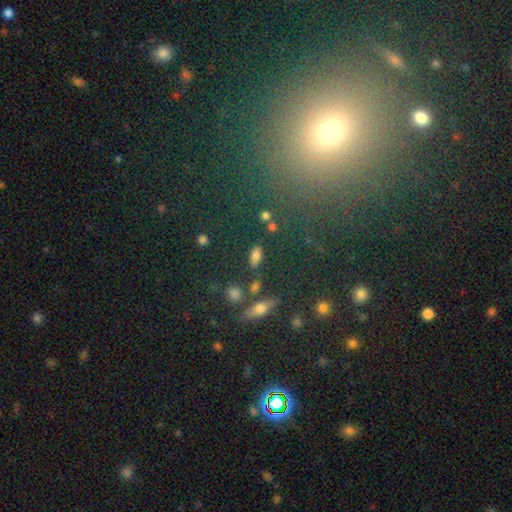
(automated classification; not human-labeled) Overall: smooth (78%). How rounded: in between (80%). Merging: none (78%).